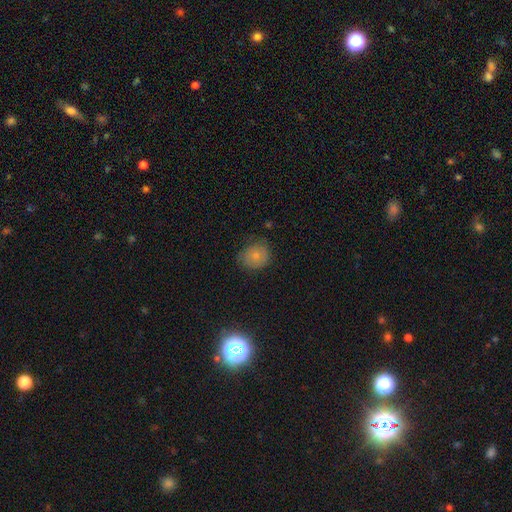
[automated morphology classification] smooth_or_featured: smooth (p=0.70) [alt: featured or disk p=0.21]
how_rounded: round (p=0.74) [alt: in between p=0.25]
merging: none (p=0.66) [alt: minor disturbance p=0.26]